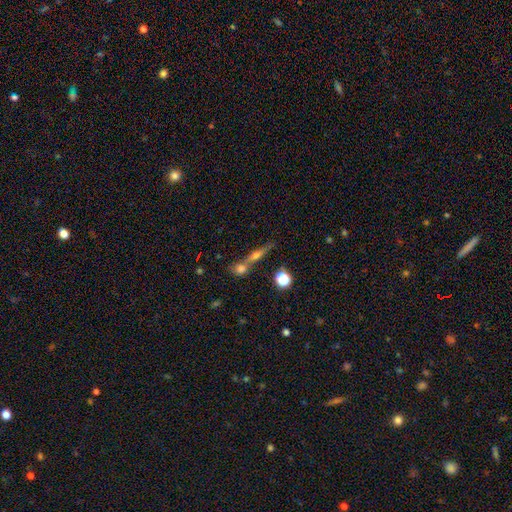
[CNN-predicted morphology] A featured or disk galaxy (53%) viewed edge-on (88%).

Vote fractions:
- Smooth or featured? featured or disk: 53% / smooth: 33% / star or artifact: 14%
- Edge-on disk? yes: 88% / no: 12%
- Merging? none: 58% / merger: 29% / minor disturbance: 9% / major disturbance: 4%